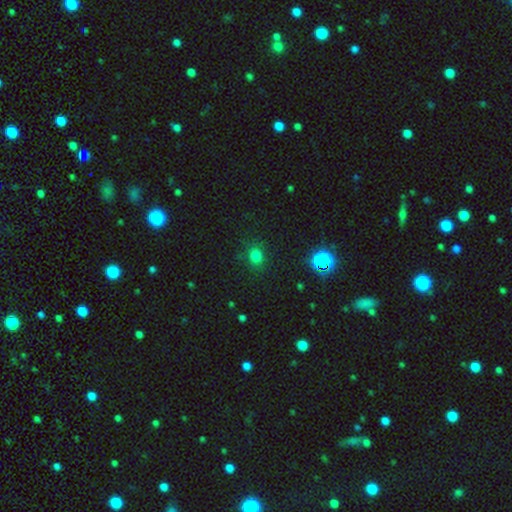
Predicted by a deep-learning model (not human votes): This is likely a smooth galaxy (76%). How rounded: likely round (71%). Merging: clearly none (86%).